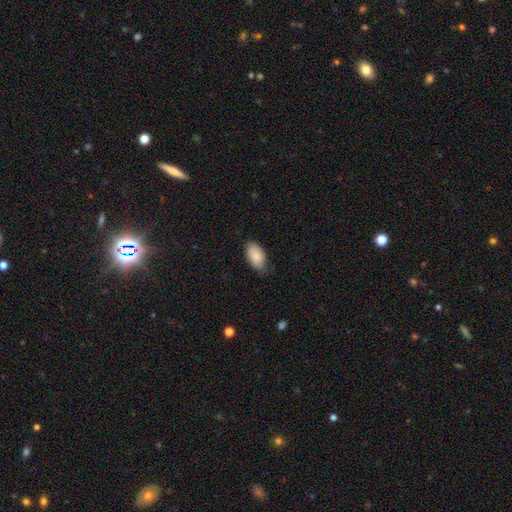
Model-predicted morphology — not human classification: Smooth or featured? Predicted: smooth (p=0.85). How rounded? Predicted: in between (p=0.94). Merging? Predicted: none (p=0.71).